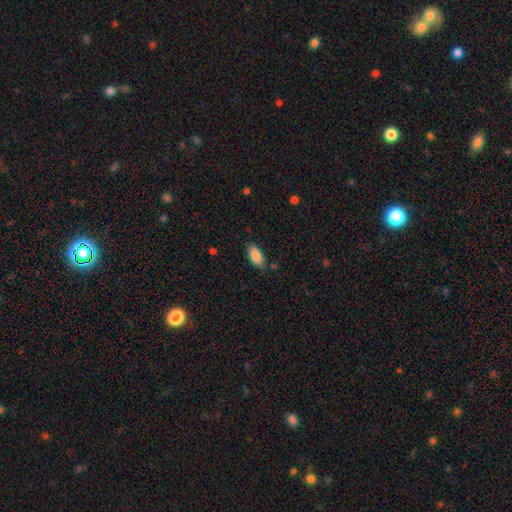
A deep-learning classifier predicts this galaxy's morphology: A smooth galaxy with no disk features (87%) that is in between round and cigar-shaped (87%).

Vote fractions:
- Smooth or featured? smooth: 87% / star or artifact: 7% / featured or disk: 6%
- How rounded? in between: 87% / cigar-shaped: 11% / round: 2%
- Merging? none: 82% / minor disturbance: 14% / major disturbance: 3% / merger: 2%